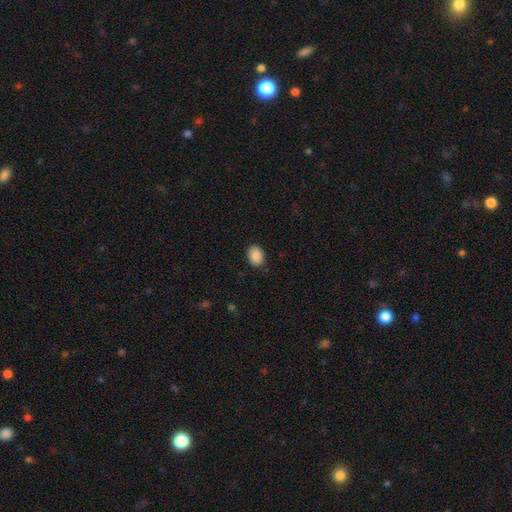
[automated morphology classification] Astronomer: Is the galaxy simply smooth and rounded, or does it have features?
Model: smooth — 90%.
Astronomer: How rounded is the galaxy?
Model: in between — 72%.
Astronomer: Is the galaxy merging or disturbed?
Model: none — 86%.